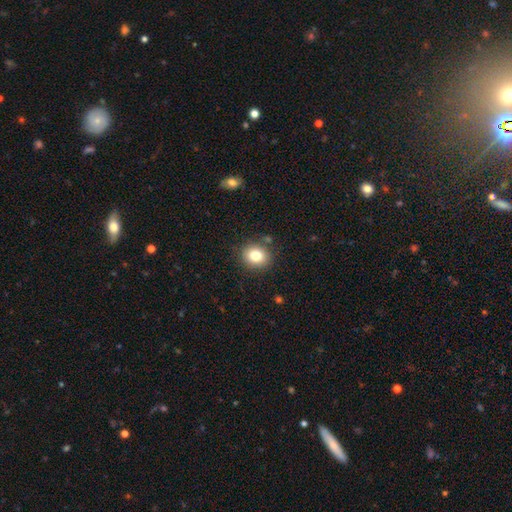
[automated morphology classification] Smooth or featured? smooth (80%)
How rounded? round (72%)
Merging? none (86%)